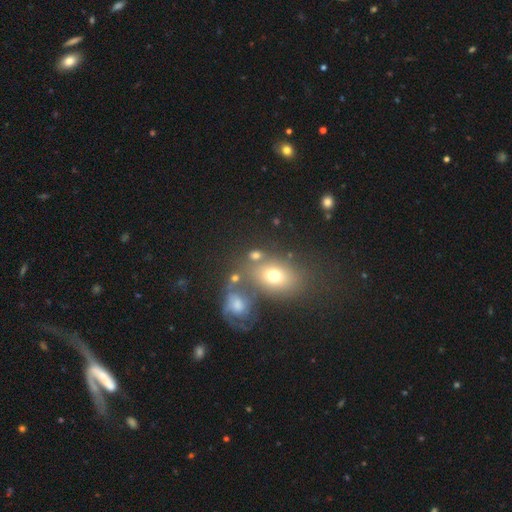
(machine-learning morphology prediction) The model was most divided on "how rounded": in between: 56%, round: 41%, cigar-shaped: 2%. More confident: smooth or featured — smooth (65%); merging — none (59%).